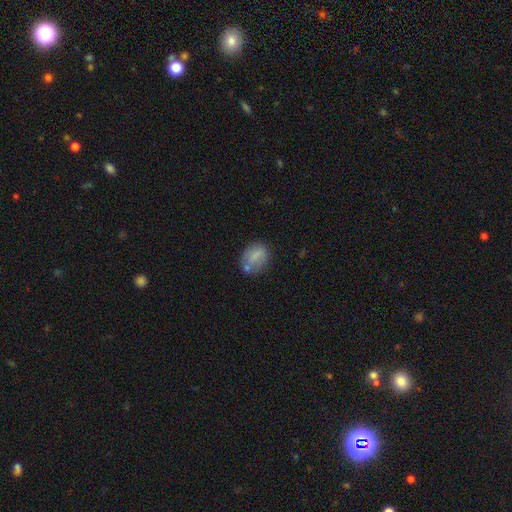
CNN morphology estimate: smooth_or_featured: smooth (p=0.74) [alt: featured or disk p=0.17]
how_rounded: in between (p=0.57) [alt: round p=0.41]
merging: none (p=0.58) [alt: minor disturbance p=0.21]